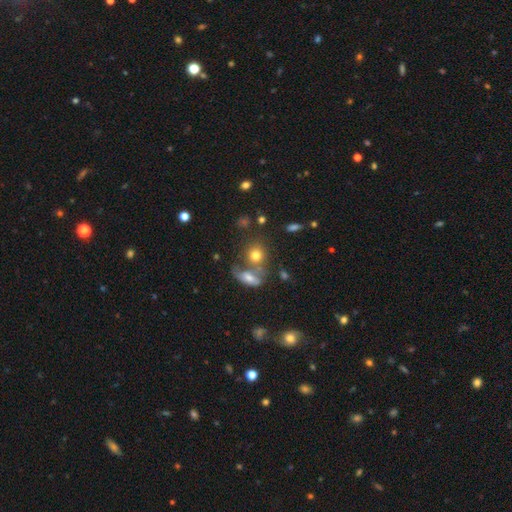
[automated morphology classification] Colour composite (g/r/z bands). It shows a smooth galaxy with no disk features (73%) that is round (69%). Merging: none (47%).